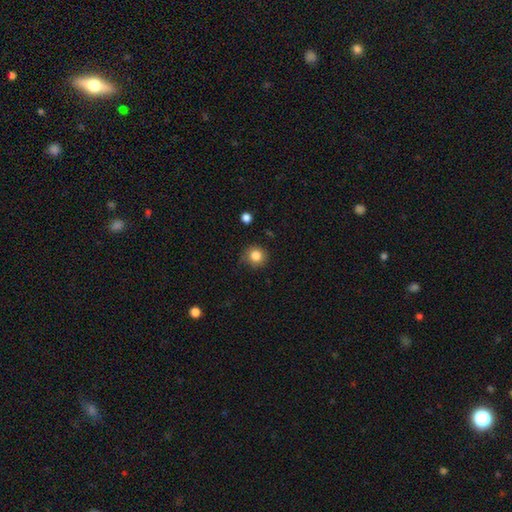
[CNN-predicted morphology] Overall: smooth (83%). How rounded: round (92%). Merging: none (78%).